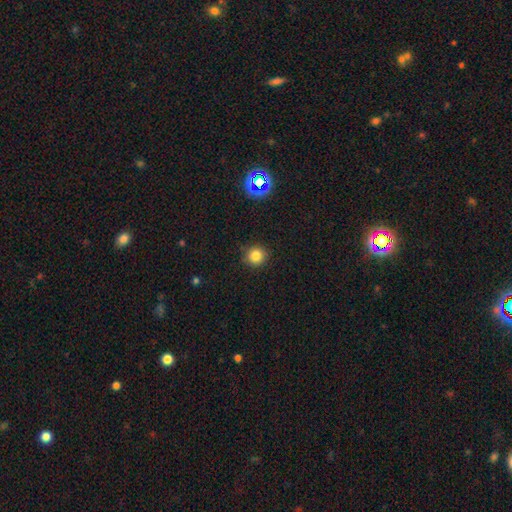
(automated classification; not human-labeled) Overall: smooth (81%). How rounded: round (92%). Merging: none (88%).